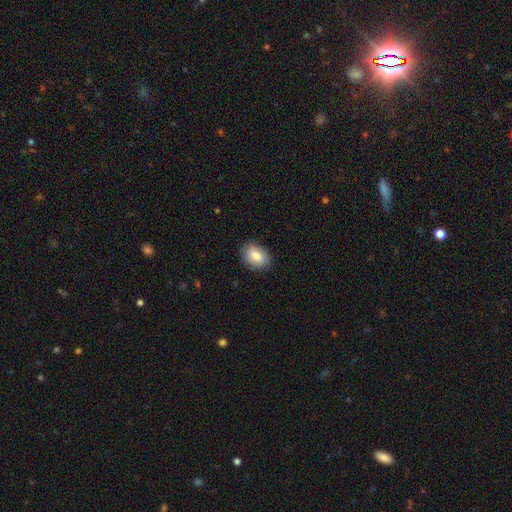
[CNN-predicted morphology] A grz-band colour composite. It shows a smooth galaxy with no disk features (82%) that is in between round and cigar-shaped (76%). Merging: none (85%).